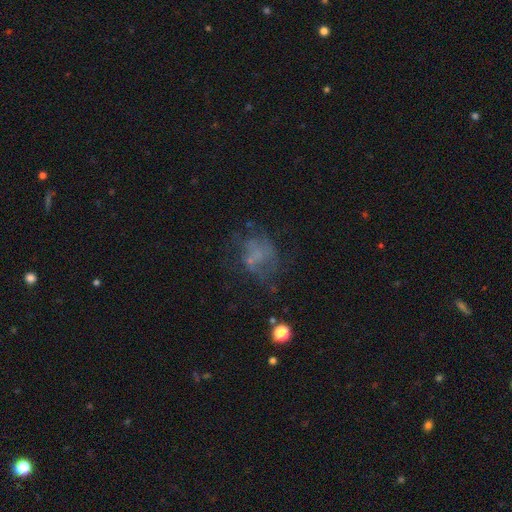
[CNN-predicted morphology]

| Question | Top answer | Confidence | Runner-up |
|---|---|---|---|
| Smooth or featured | featured or disk | 44% | smooth (32%) |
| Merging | none | 50% | major disturbance (26%) |